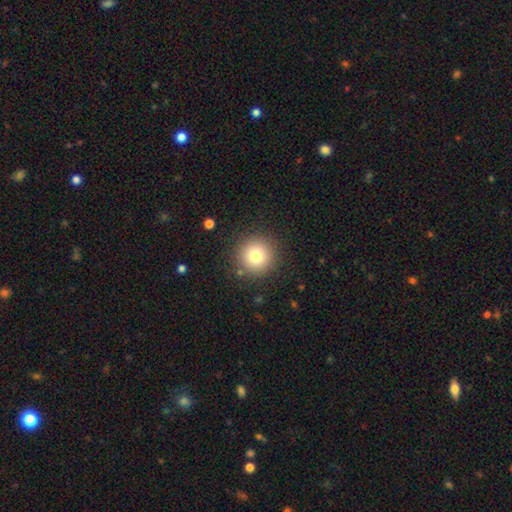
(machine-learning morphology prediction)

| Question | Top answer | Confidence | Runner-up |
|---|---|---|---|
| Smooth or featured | smooth | 78% | star or artifact (12%) |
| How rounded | round | 96% | in between (3%) |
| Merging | none | 89% | minor disturbance (7%) |